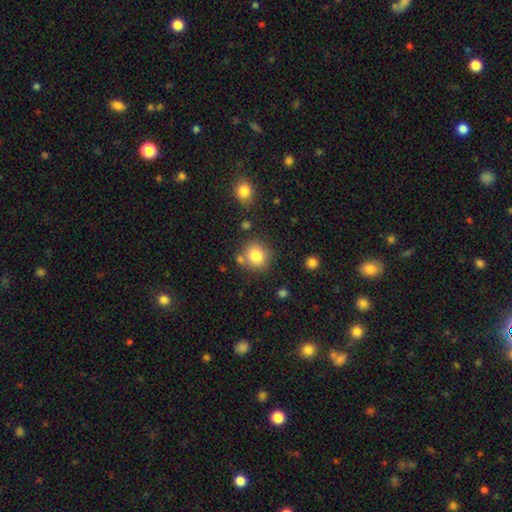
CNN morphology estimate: smooth 82%, star or artifact 10%, featured or disk 8%. Down the decision tree: how rounded — round (88%); merging — none (75%).